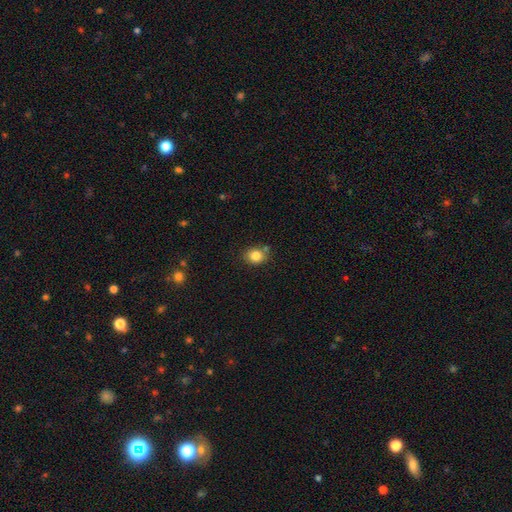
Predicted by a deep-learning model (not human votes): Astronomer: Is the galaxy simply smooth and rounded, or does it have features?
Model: smooth — 84%.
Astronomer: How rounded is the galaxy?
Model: round — 61% (runner-up: in between, 38%).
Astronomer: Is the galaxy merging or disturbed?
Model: none — 73%.